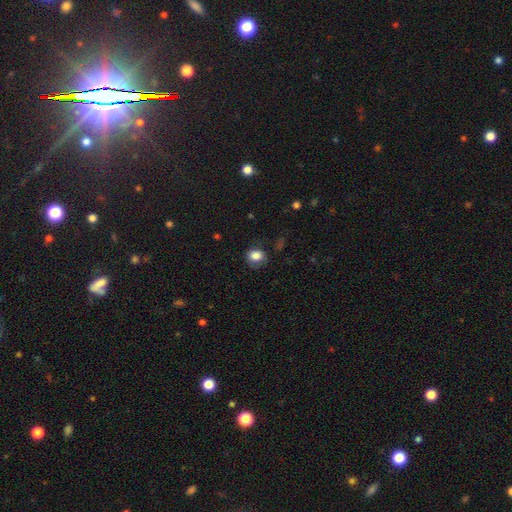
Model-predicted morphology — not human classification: Smooth or featured? Predicted: smooth (p=0.84). How rounded? Predicted: round (p=0.52). Merging? Predicted: none (p=0.69).